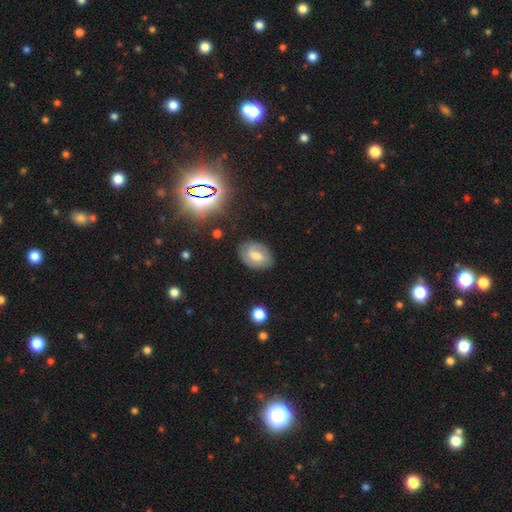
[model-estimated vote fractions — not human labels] smooth_or_featured: smooth (p=0.47) [alt: featured or disk p=0.43]
merging: none (p=0.78) [alt: minor disturbance p=0.16]